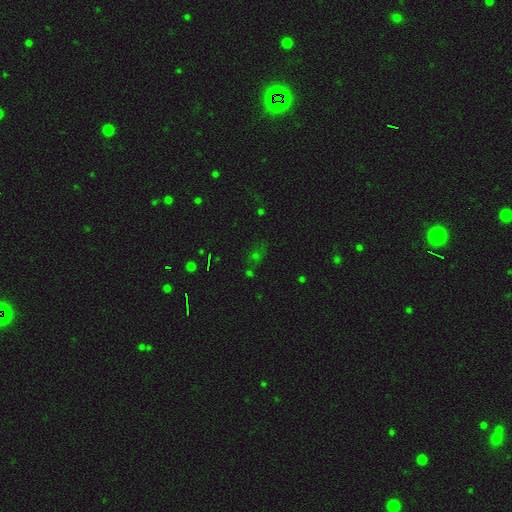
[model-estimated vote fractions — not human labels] The model was most divided on "smooth or featured": star or artifact: 54%, smooth: 35%, featured or disk: 11%.